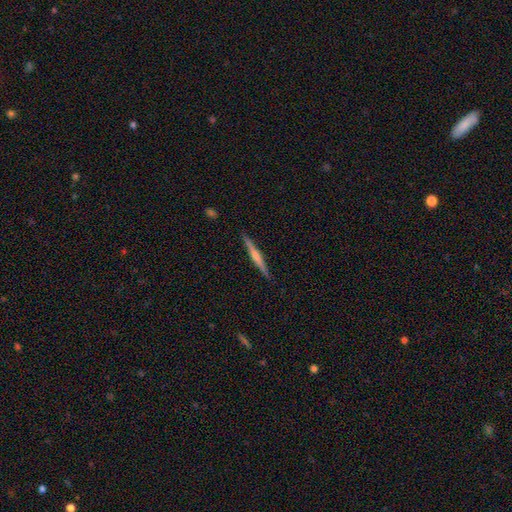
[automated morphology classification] The model was most divided on "smooth or featured": featured or disk: 73%, smooth: 22%, star or artifact: 6%. More confident: edge-on disk — yes (98%); merging — none (92%); edge-on bulge — rounded (72%).